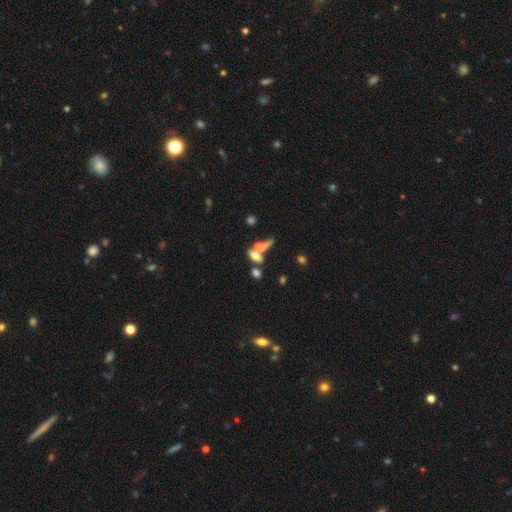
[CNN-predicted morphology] A smooth galaxy with no disk features (60%) that is in between round and cigar-shaped (62%).

Vote fractions:
- Smooth or featured? smooth: 60% / featured or disk: 28% / star or artifact: 12%
- How rounded? in between: 62% / cigar-shaped: 26% / round: 11%
- Merging? merger: 52% / none: 31% / minor disturbance: 9% / major disturbance: 8%